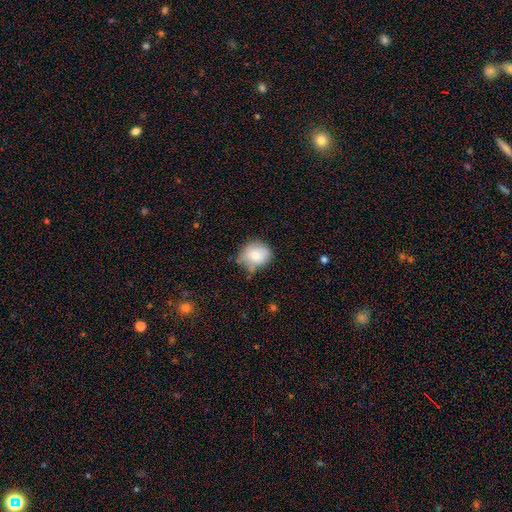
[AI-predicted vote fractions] smooth 75%, featured or disk 16%, star or artifact 9%. Down the decision tree: how rounded — round (74%); merging — none (60%).